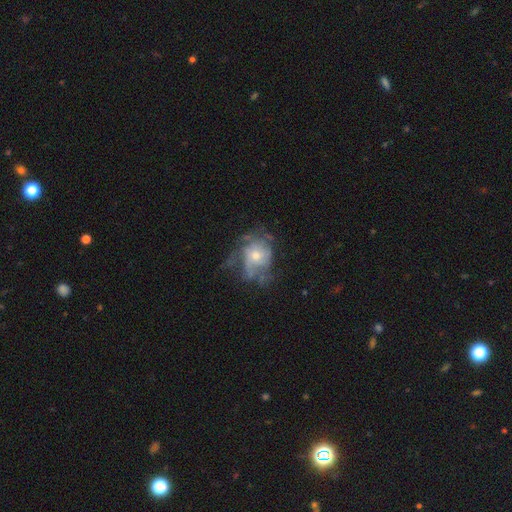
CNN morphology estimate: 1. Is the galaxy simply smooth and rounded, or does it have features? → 69% featured or disk, 21% smooth, 10% star or artifact.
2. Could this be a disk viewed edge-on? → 97% no, 3% yes.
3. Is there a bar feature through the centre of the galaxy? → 81% no, 16% weak, 3% strong.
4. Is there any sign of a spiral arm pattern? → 67% yes, 33% no.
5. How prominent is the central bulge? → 47% moderate (tied), 47% small (tied), 3% large, 2% none, 1% dominant.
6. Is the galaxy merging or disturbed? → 46% none, 28% major disturbance, 23% minor disturbance, 3% merger.